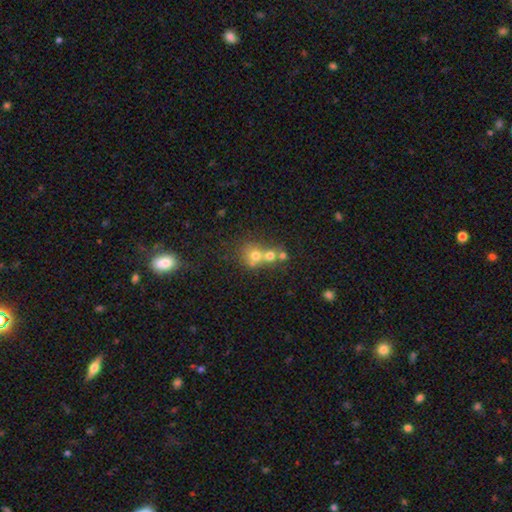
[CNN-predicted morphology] Smooth or featured? smooth (62%)
How rounded? round (78%)
Merging? merger (56%)